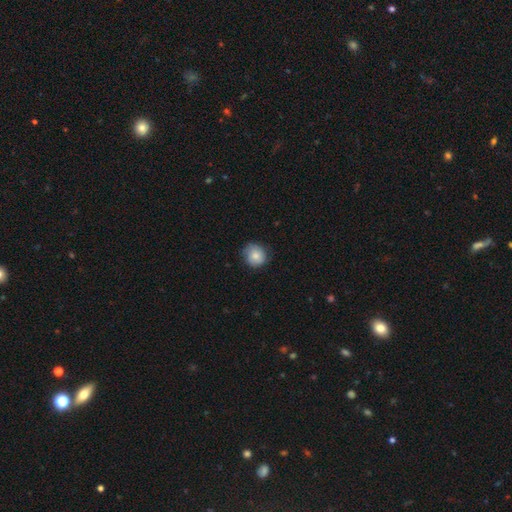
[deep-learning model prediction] smooth-or-featured: smooth: 78% | featured or disk: 15% | star or artifact: 7%
  how-rounded: round: 86% | in between: 13% | cigar-shaped: 1%
  merging: none: 76% | minor disturbance: 19% | major disturbance: 4% | merger: 1%